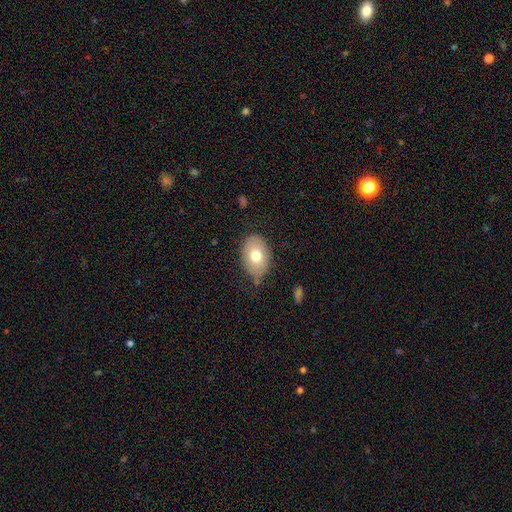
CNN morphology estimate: smooth_or_featured: smooth (p=0.73) [alt: featured or disk p=0.20]
how_rounded: in between (p=0.84) [alt: round p=0.15]
merging: none (p=0.74) [alt: minor disturbance p=0.20]